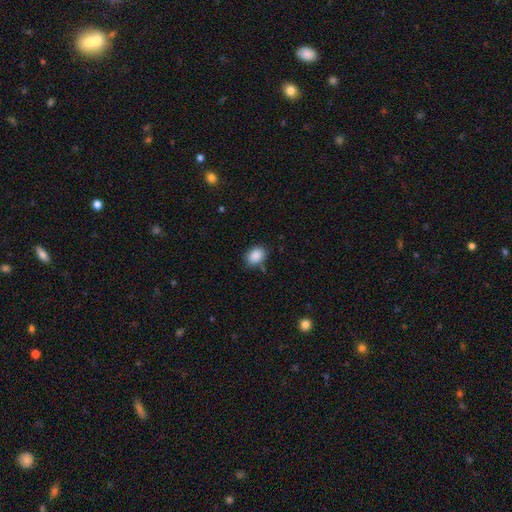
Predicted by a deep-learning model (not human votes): Smooth or featured: smooth — 88% (star or artifact — 8%)
How rounded: in between — 62% (round — 37%)
Merging: none — 77% (minor disturbance — 15%)